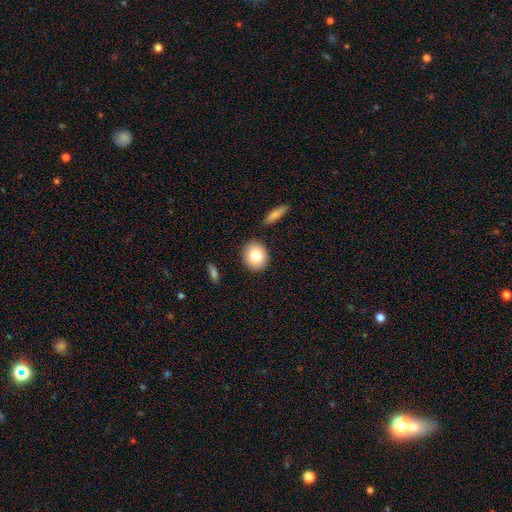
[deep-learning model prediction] Overall: smooth (80%). How rounded: round (70%). Merging: none (87%).